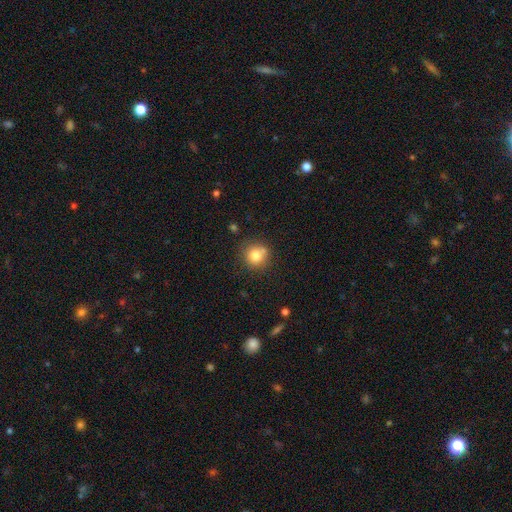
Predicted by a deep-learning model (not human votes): Smooth or featured? Predicted: smooth (p=0.79). How rounded? Predicted: round (p=0.91). Merging? Predicted: none (p=0.71).